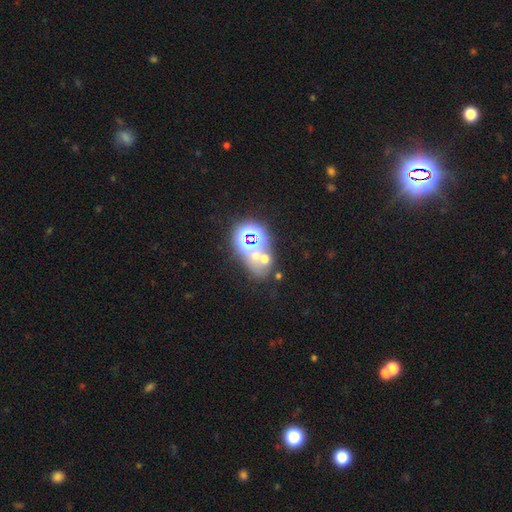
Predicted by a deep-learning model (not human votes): This appears to be a star or artifact, not a galaxy (50%).